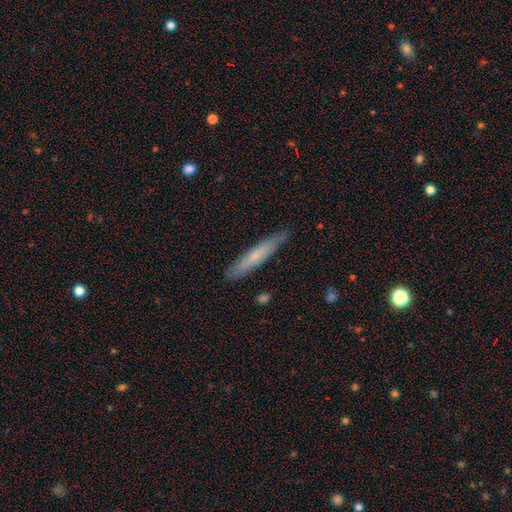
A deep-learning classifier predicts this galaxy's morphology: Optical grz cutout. It shows a smooth galaxy with no disk features (60%) that is cigar-shaped (92%). Merging: none (84%).